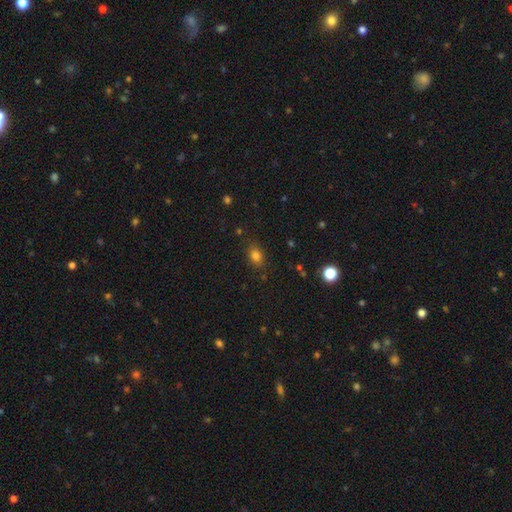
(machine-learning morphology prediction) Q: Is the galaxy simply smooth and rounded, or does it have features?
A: smooth — 79%.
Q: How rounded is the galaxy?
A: in between — 64%.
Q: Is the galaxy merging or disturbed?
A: none — 80%.